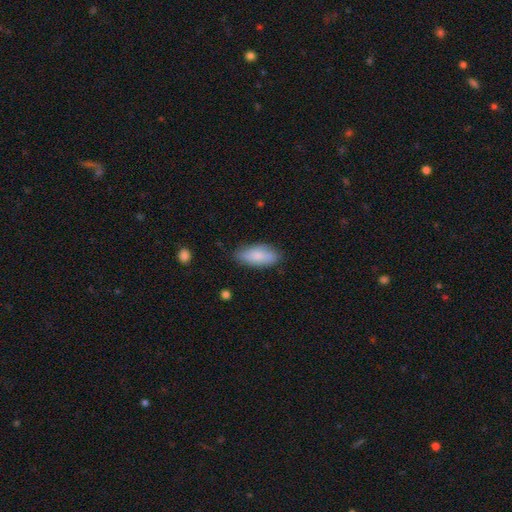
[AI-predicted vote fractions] This is clearly a smooth galaxy (81%). How rounded: likely in between (79%). Merging: likely none (77%).